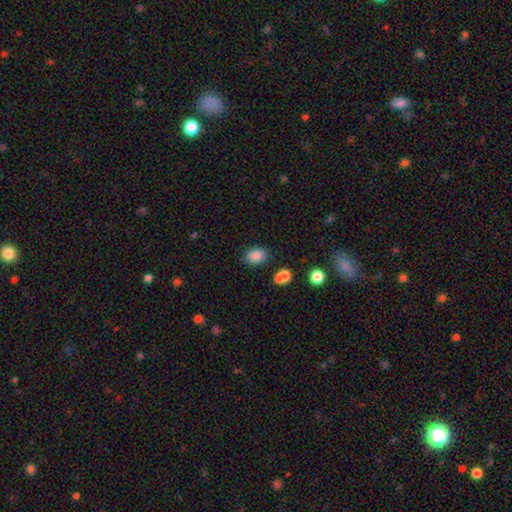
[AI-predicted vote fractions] Smooth or featured? smooth (85%)
How rounded? in between (65%)
Merging? none (80%)